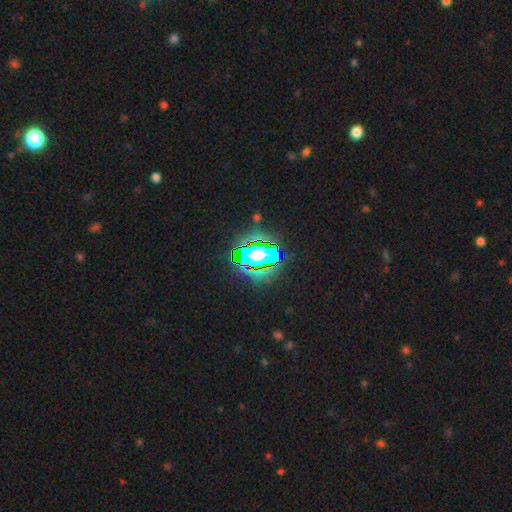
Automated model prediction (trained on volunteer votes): Overall: star or artifact (56%; smooth 27%).